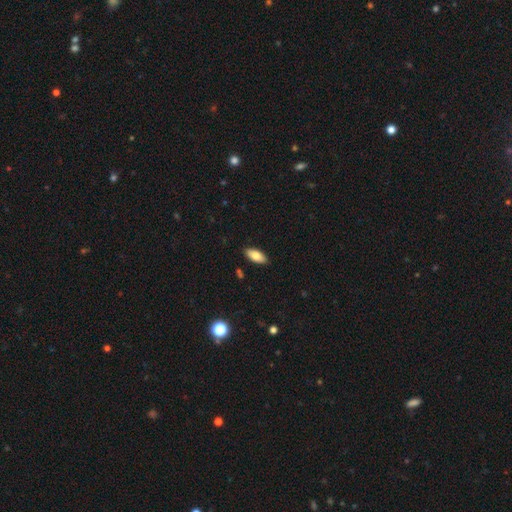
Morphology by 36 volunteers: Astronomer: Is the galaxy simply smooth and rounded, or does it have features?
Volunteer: smooth — 81%.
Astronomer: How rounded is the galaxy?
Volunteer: in between — 86%.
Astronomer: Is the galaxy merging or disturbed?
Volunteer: none — 89%.